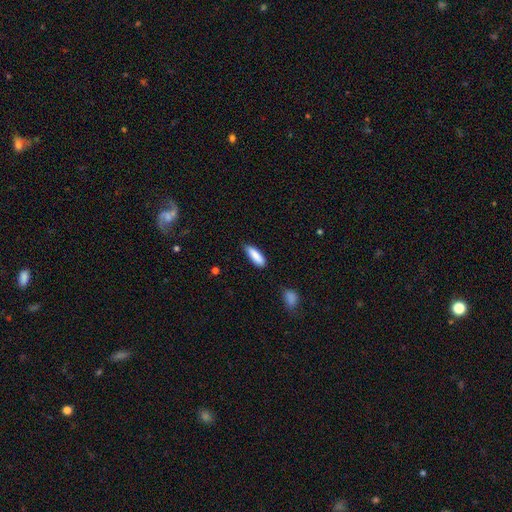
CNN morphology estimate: This is clearly a smooth galaxy (87%). How rounded: possibly cigar-shaped (50%). Merging: likely none (77%).